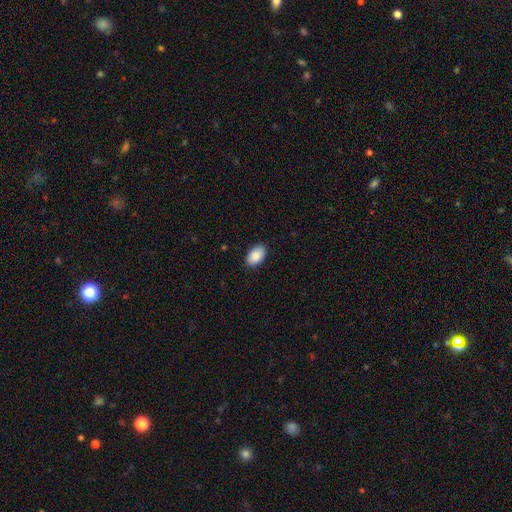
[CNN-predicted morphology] smooth-or-featured: smooth: 89% | star or artifact: 6% | featured or disk: 4%
  how-rounded: in between: 93% | round: 5% | cigar-shaped: 1%
  merging: none: 88% | minor disturbance: 9% | major disturbance: 2% | merger: 1%